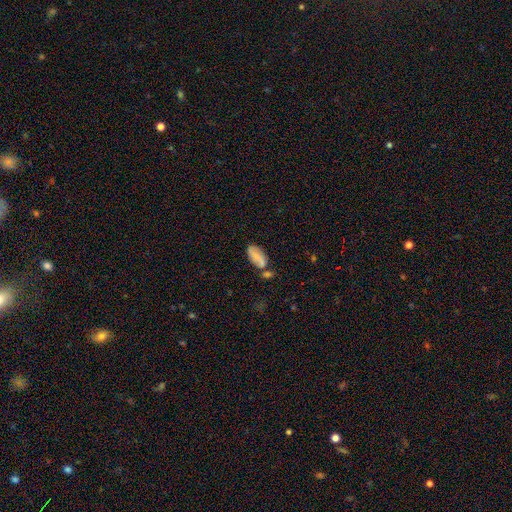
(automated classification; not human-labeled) Morphology: type=smooth (74%); roundness=in between (91%); merging=none (49%).